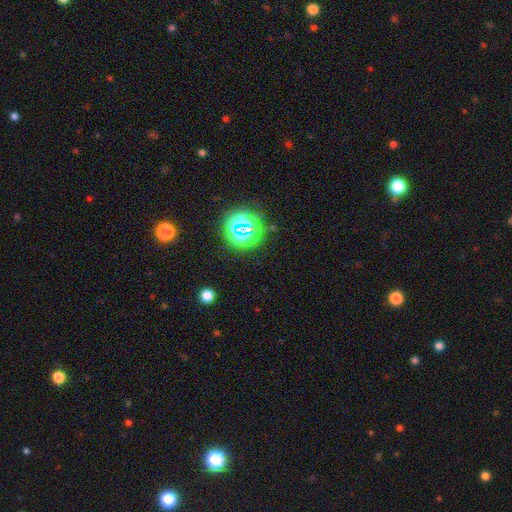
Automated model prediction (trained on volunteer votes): star or artifact 73%, smooth 21%, featured or disk 6%.